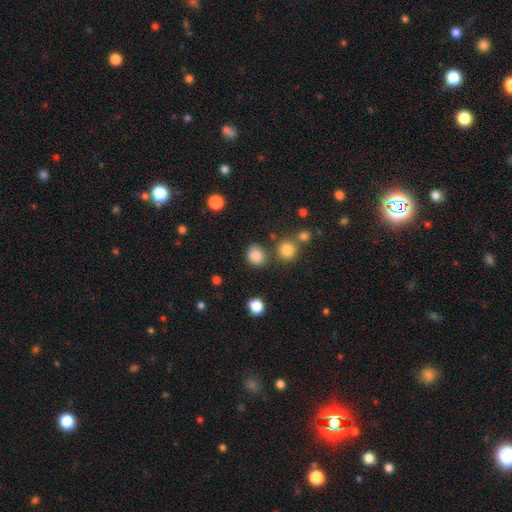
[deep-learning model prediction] This is clearly a smooth galaxy (84%). How rounded: likely round (73%). Merging: likely none (74%).